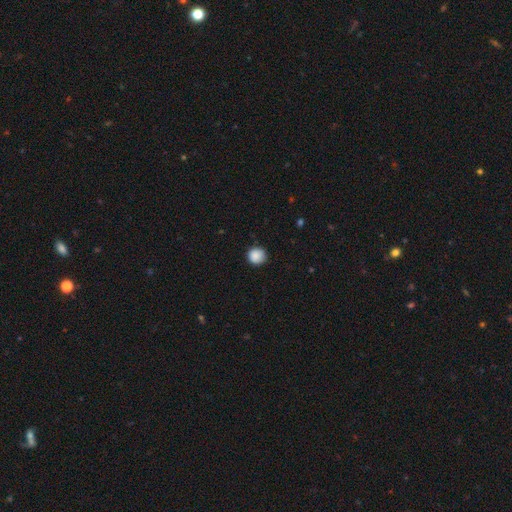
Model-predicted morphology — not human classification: The model was most divided on "merging": none: 85%, minor disturbance: 12%, major disturbance: 2%, merger: 1%. More confident: how rounded — round (92%); smooth or featured — smooth (88%).